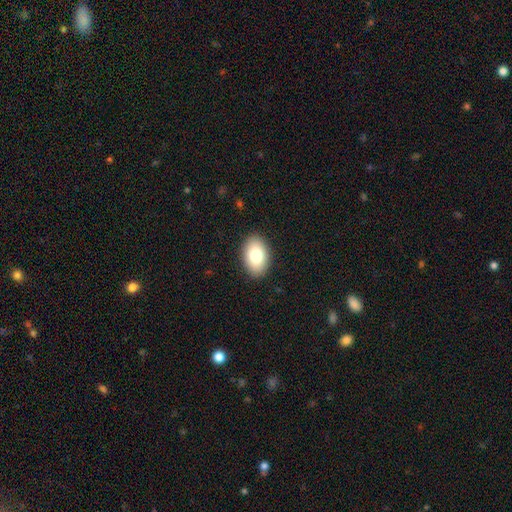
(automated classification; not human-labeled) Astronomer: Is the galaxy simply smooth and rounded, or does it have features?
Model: smooth — 80%.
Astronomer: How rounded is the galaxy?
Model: in between — 90%.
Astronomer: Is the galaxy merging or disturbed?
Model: none — 89%.